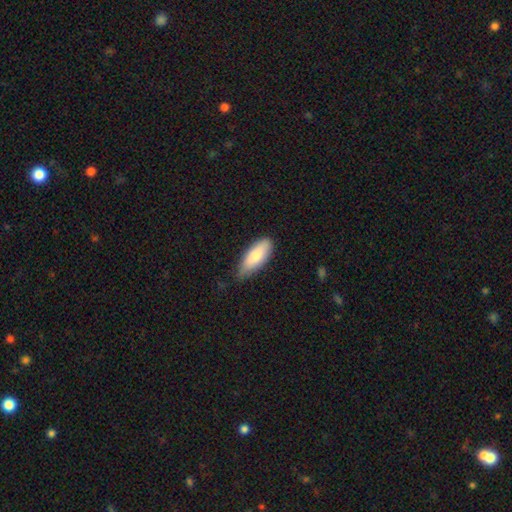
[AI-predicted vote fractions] The model was most divided on "merging": none: 65%, minor disturbance: 30%, major disturbance: 4%, merger: 1%. More confident: smooth or featured — smooth (81%); how rounded — in between (76%).